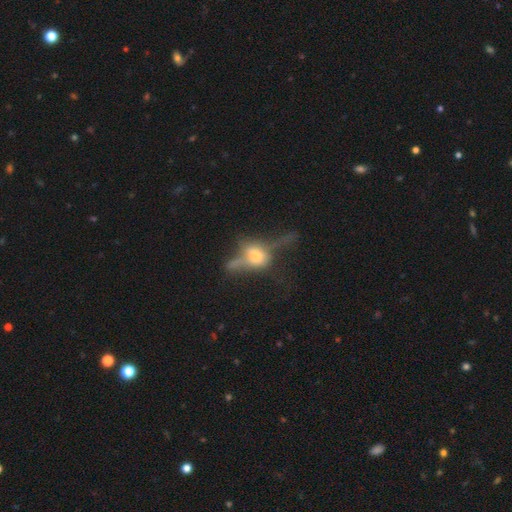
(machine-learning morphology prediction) This is likely a featured or disk galaxy (63%). It is likely viewed edge-on (78%). Merging: possibly none (47%).